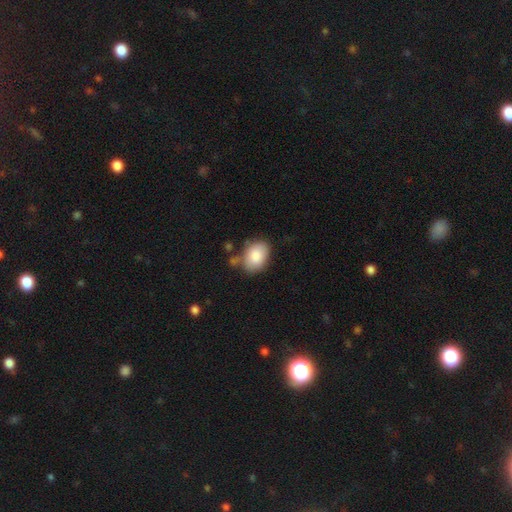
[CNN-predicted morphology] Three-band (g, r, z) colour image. It shows a smooth galaxy with no disk features (86%) that is in between round and cigar-shaped (80%). Merging: none (64%).